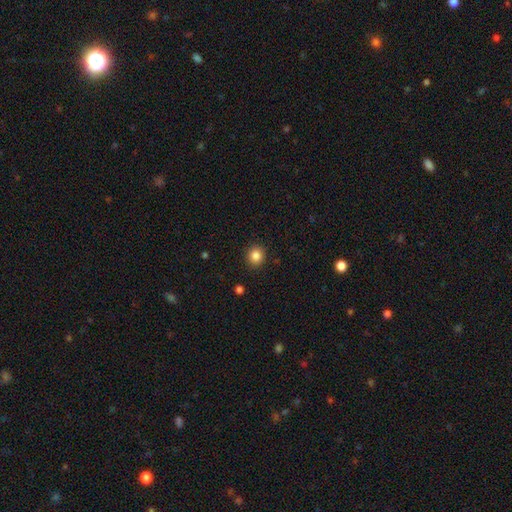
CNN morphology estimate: Smooth or featured?
  - smooth: 85% *
  - star or artifact: 11%
  - featured or disk: 4%
How rounded?
  - round: 85% *
  - in between: 14%
  - cigar-shaped: 1%
Merging?
  - none: 91% *
  - minor disturbance: 6%
  - major disturbance: 2%
  - merger: 1%